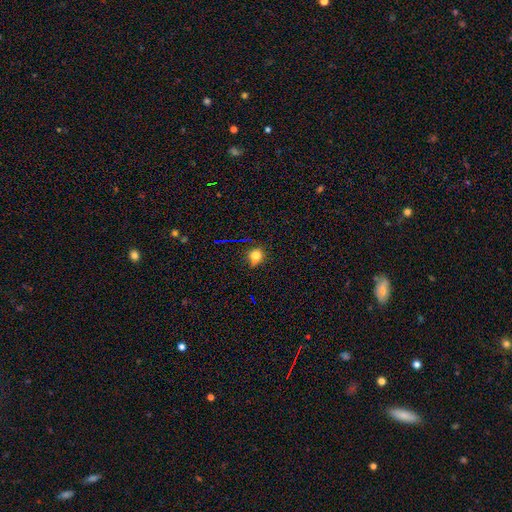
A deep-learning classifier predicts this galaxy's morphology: This is likely a smooth galaxy (68%). How rounded: likely round (66%). Merging: likely none (74%).